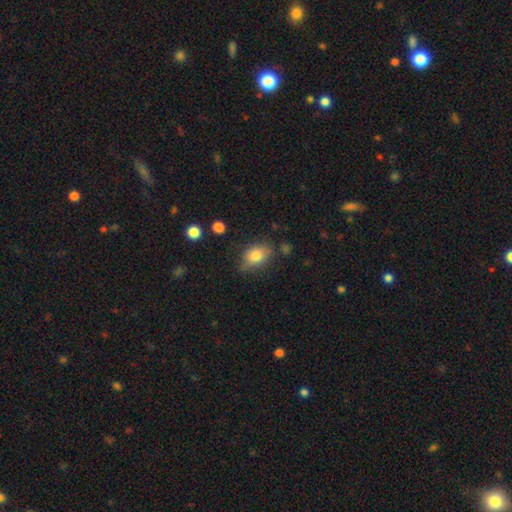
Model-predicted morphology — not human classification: This appears to be a smooth galaxy with no disk features (79%) that is in between round and cigar-shaped (75%). Merging: none (68%).